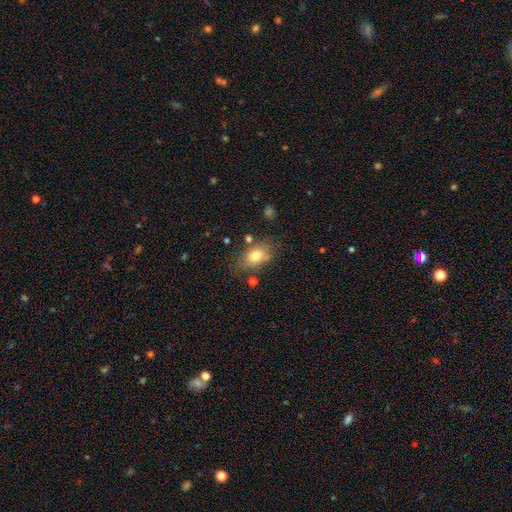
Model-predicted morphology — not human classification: Smooth or featured: smooth — 76% (featured or disk — 15%)
How rounded: in between — 84% (round — 13%)
Merging: none — 68% (minor disturbance — 19%)